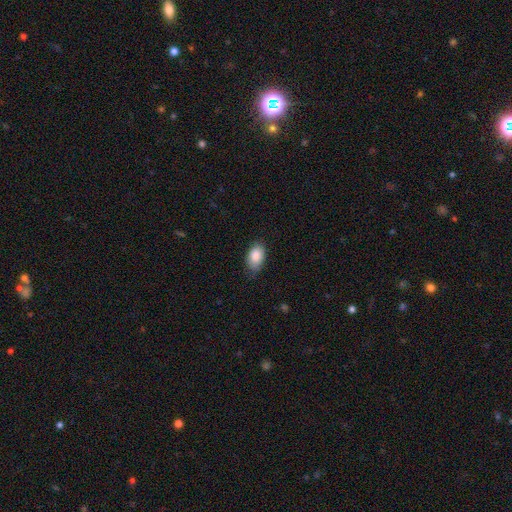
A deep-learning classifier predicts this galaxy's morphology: A smooth galaxy with no disk features (87%) that is in between round and cigar-shaped (92%).

Vote fractions:
- Smooth or featured? smooth: 87% / star or artifact: 7% / featured or disk: 7%
- How rounded? in between: 92% / round: 7% / cigar-shaped: 2%
- Merging? none: 74% / minor disturbance: 21% / major disturbance: 4% / merger: 1%